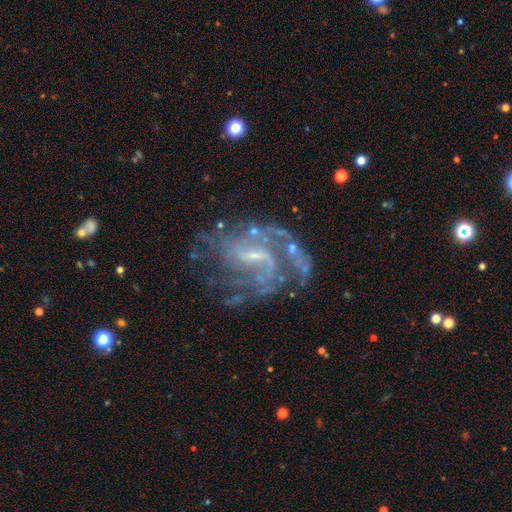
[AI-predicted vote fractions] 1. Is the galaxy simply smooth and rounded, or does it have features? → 85% featured or disk, 9% star or artifact, 6% smooth.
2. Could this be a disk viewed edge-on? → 97% no, 3% yes.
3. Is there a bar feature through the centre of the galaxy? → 54% weak, 24% no, 22% strong.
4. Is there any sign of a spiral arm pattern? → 89% yes, 11% no.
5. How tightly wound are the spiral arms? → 43% medium, 36% tight, 21% loose.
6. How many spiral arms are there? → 33% can't tell, 26% 2, 18% 3, 8% 4, 8% 1, 6% more than 4.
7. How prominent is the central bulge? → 58% small, 21% moderate, 18% none, 2% large, 1% dominant.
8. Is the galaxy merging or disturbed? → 54% none, 23% major disturbance, 19% minor disturbance, 4% merger.